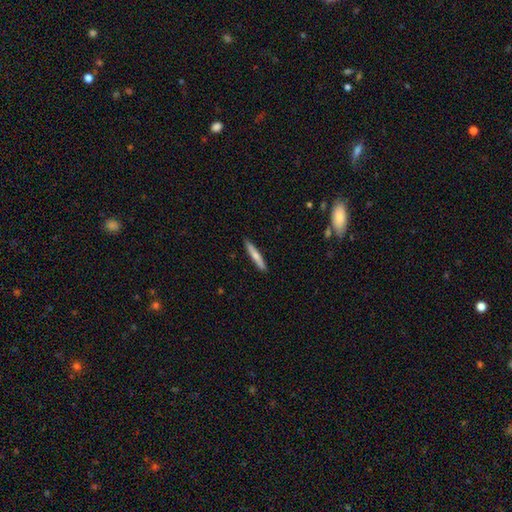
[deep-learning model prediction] This is likely a smooth galaxy (65%). How rounded: clearly cigar-shaped (93%). Merging: clearly none (89%).